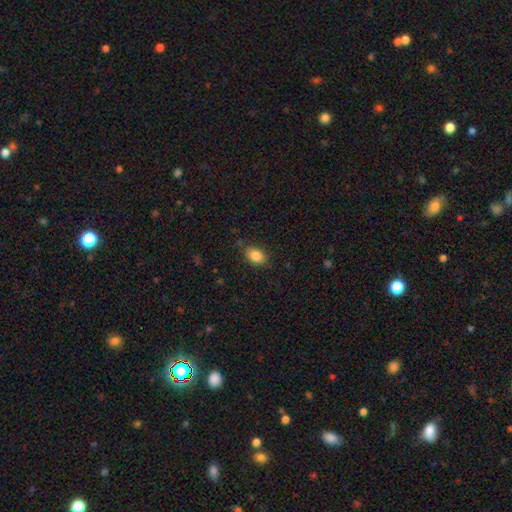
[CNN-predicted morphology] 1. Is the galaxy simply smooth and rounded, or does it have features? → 86% smooth, 8% star or artifact, 6% featured or disk.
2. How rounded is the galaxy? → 83% in between, 16% round, 1% cigar-shaped.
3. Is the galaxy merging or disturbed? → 82% none, 13% minor disturbance, 3% major disturbance, 2% merger.